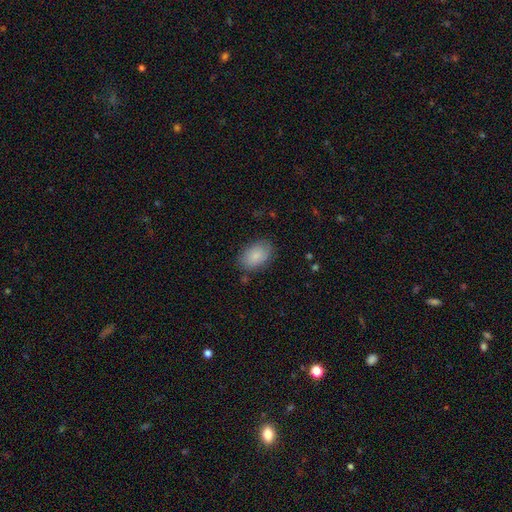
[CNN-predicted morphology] Q: Smooth or featured?
A: smooth (85%); runner-up: featured or disk (9%)
Q: How rounded?
A: in between (88%); runner-up: round (11%)
Q: Merging?
A: none (79%); runner-up: minor disturbance (16%)